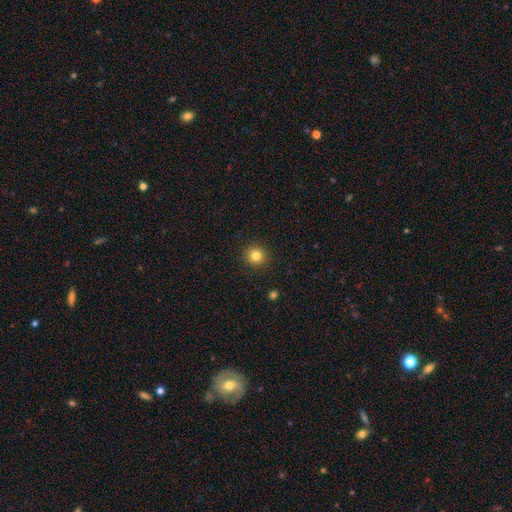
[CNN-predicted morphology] This is clearly a smooth galaxy (82%). How rounded: clearly round (93%). Merging: clearly none (92%).